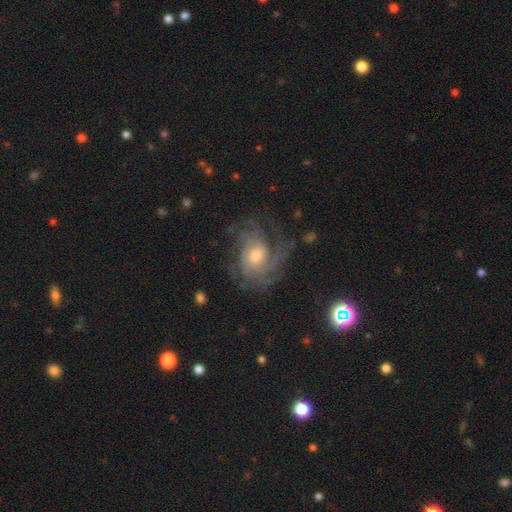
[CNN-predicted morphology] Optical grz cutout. It shows a featured or disk galaxy (84%) with no bar (68%), tight (51%) spiral arms (95%) and a moderate central bulge (58%). Merging: none (66%).